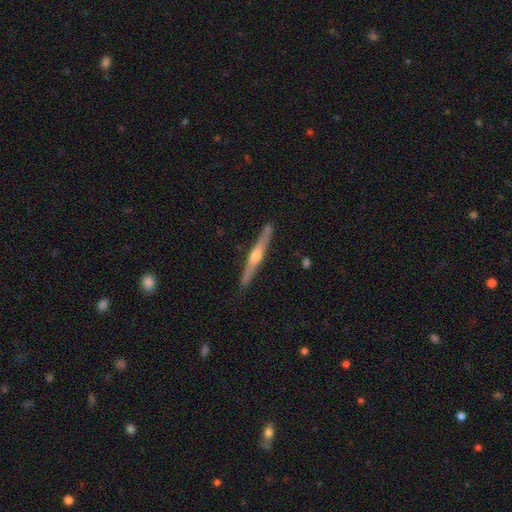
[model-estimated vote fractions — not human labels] This appears to be a featured or disk galaxy (76%) viewed edge-on (98%) with a rounded central bulge (86%). Merging: none (89%).